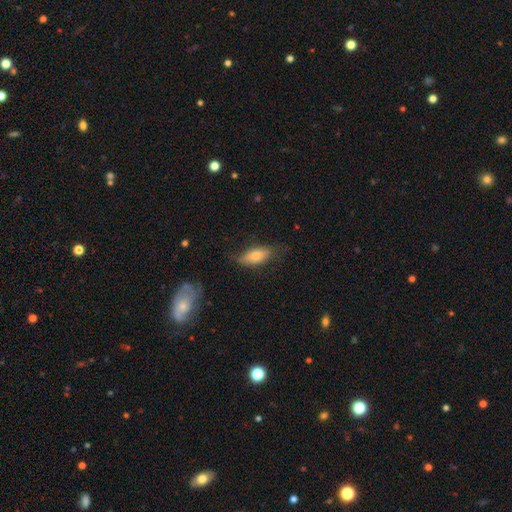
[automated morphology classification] Smooth or featured? smooth (76%)
How rounded? in between (78%)
Merging? none (72%)